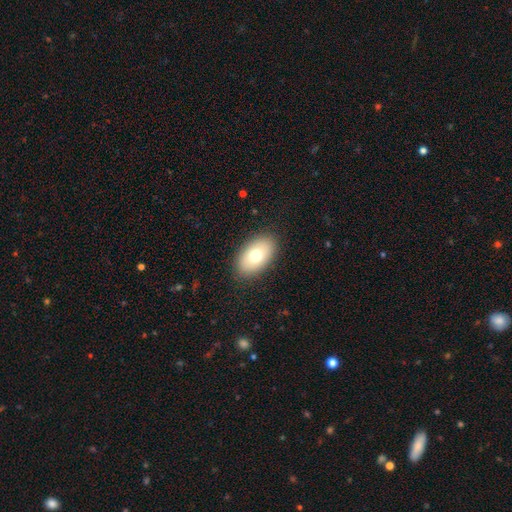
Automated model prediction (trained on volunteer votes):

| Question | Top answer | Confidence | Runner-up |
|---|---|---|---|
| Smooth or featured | smooth | 72% | featured or disk (20%) |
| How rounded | in between | 92% | round (7%) |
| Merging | none | 87% | minor disturbance (9%) |